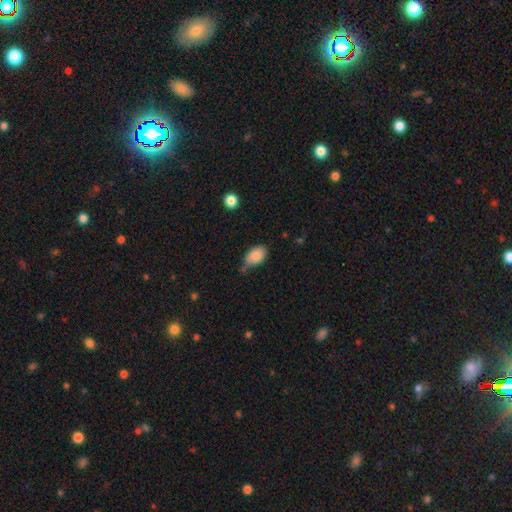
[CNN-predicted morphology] This appears to be a smooth galaxy with no disk features (85%) that is in between round and cigar-shaped (89%). Merging: none (51%).